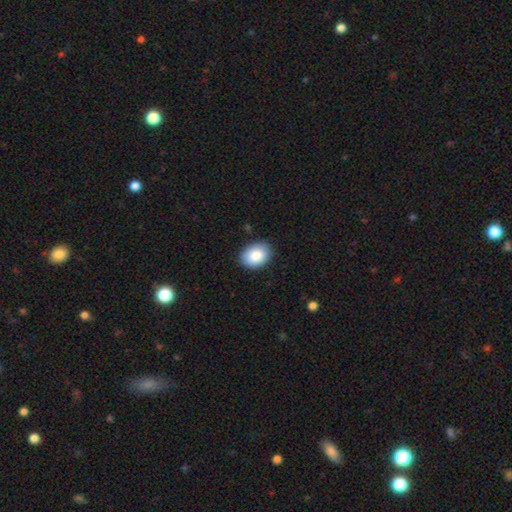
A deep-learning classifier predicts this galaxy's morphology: Smooth or featured? smooth (87%)
How rounded? in between (69%)
Merging? none (87%)